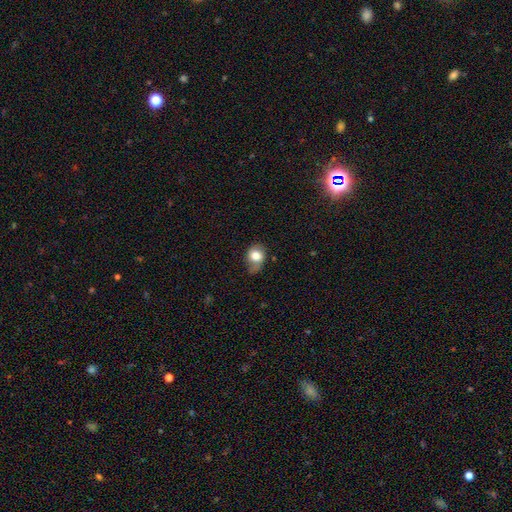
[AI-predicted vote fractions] smooth 76%, featured or disk 15%, star or artifact 9%. Down the decision tree: how rounded — round (51%); merging — none (46%).